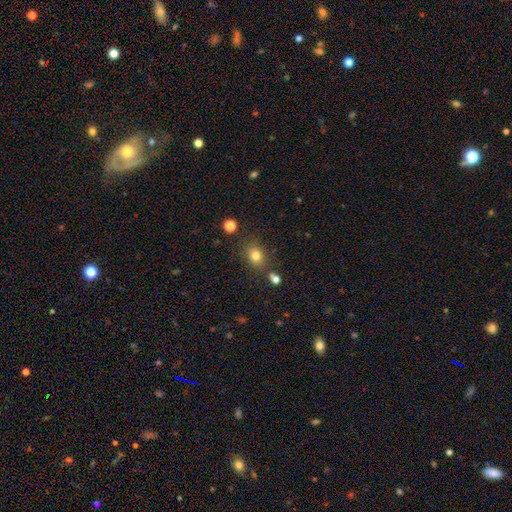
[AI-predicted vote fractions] Smooth or featured? smooth (79%)
How rounded? round (51%)
Merging? none (78%)